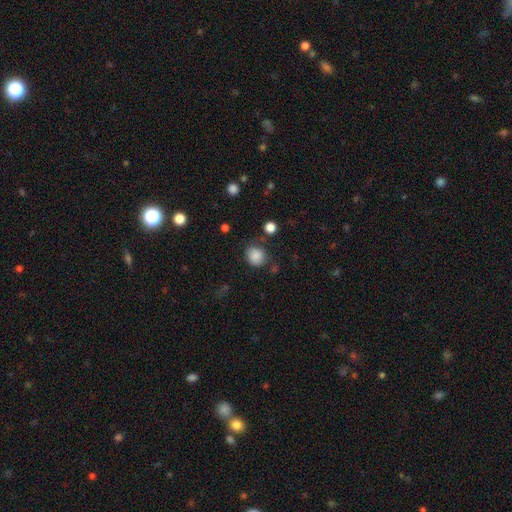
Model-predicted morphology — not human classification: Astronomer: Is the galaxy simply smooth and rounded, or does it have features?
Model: smooth — 86%.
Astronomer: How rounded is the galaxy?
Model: round — 79%.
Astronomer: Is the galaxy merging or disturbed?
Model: none — 72%.